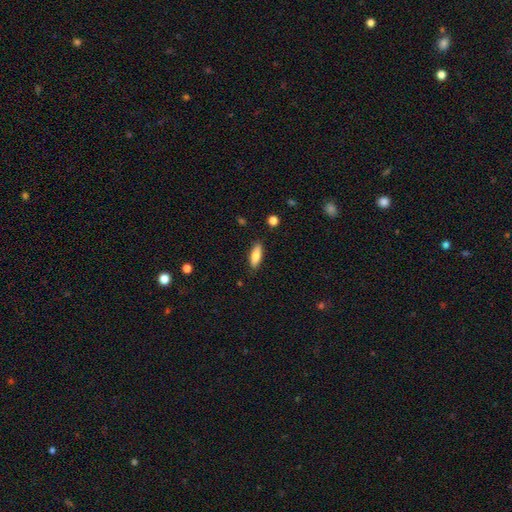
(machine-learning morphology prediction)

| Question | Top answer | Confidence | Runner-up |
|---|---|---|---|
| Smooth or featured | smooth | 79% | featured or disk (15%) |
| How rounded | in between | 58% | cigar-shaped (40%) |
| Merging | none | 87% | minor disturbance (10%) |